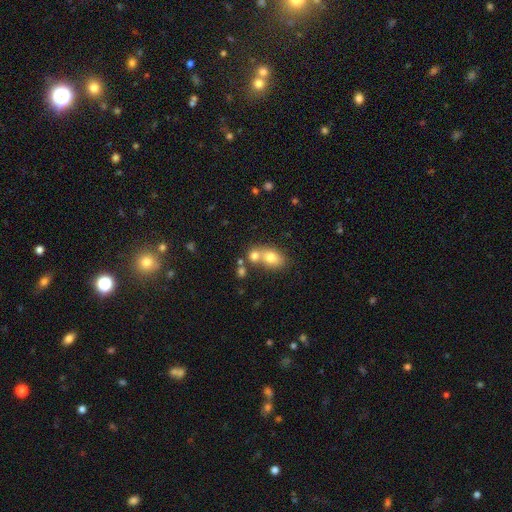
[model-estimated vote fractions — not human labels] Smooth or featured? smooth (73%)
How rounded? in between (63%)
Merging? merger (50%)